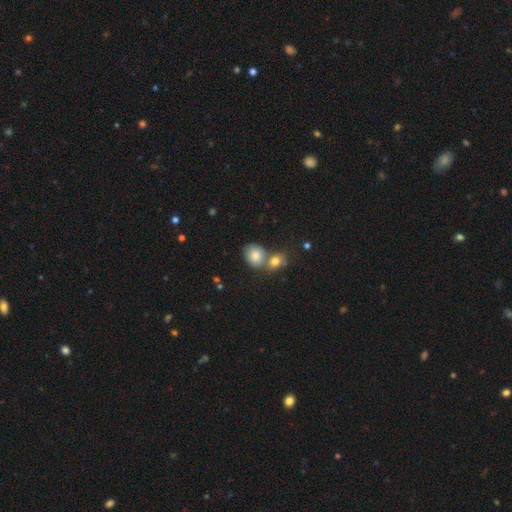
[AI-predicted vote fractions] smooth_or_featured: smooth (p=0.81) [alt: featured or disk p=0.10]
how_rounded: round (p=0.54) [alt: in between p=0.45]
merging: merger (p=0.45) [alt: none p=0.41]